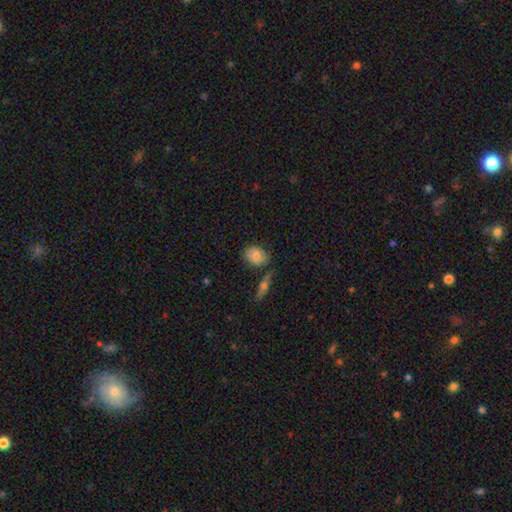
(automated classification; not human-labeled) A smooth galaxy with no disk features (77%) that is in between round and cigar-shaped (62%).

Vote fractions:
- Smooth or featured? smooth: 77% / featured or disk: 16% / star or artifact: 8%
- How rounded? in between: 62% / round: 36% / cigar-shaped: 2%
- Merging? none: 69% / minor disturbance: 18% / merger: 8% / major disturbance: 4%